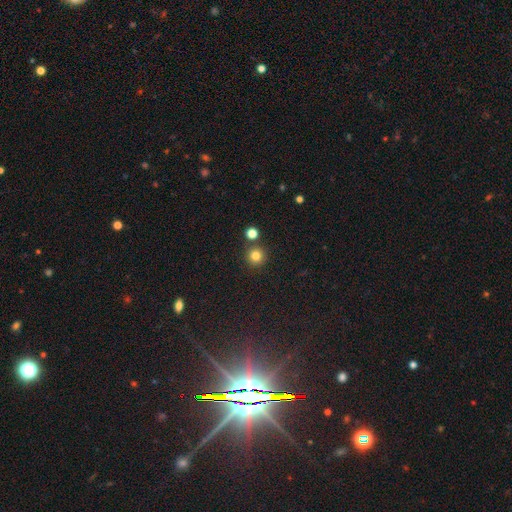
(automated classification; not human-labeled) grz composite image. It shows a smooth galaxy with no disk features (80%) that is round (95%). Merging: none (84%).